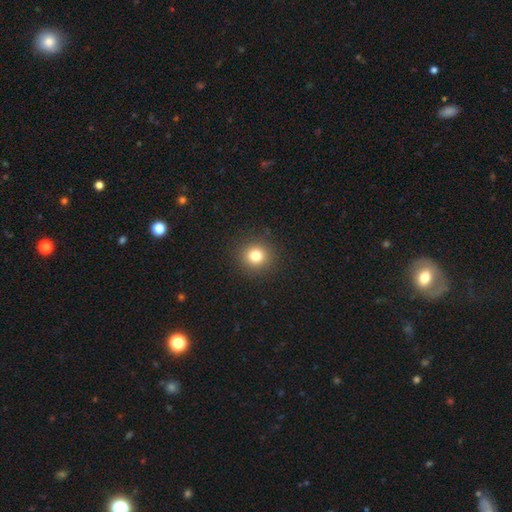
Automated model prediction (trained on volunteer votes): This appears to be a smooth galaxy with no disk features (79%) that is round (92%). Merging: none (91%).